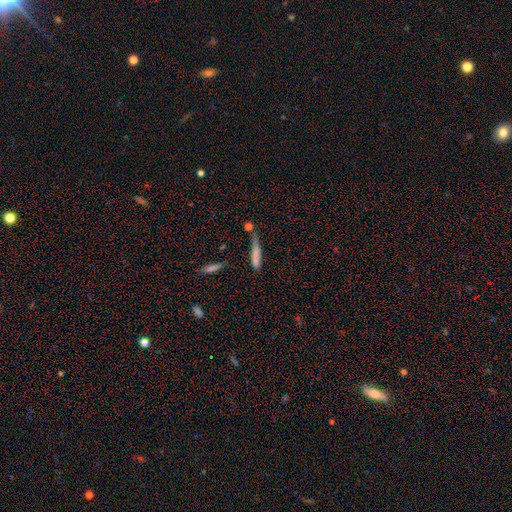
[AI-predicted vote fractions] Smooth or featured: smooth — 73% (featured or disk — 18%)
How rounded: cigar-shaped — 84% (in between — 14%)
Merging: none — 43% (minor disturbance — 30%)